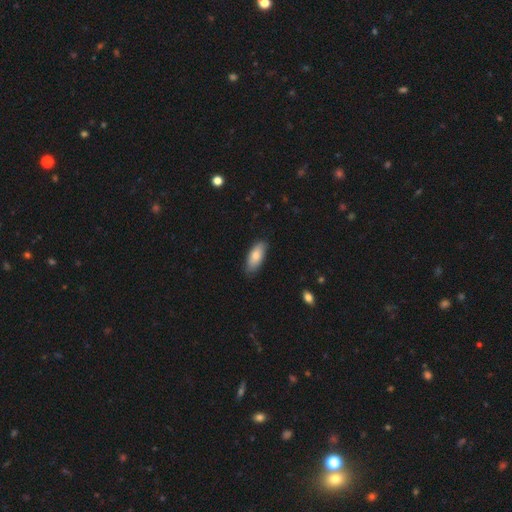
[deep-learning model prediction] A smooth galaxy with no disk features (78%) that is in between round and cigar-shaped (84%). Merging: none (80%).